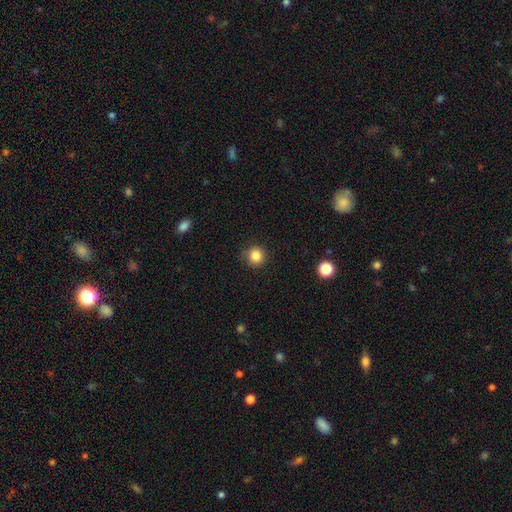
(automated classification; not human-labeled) smooth_or_featured: smooth (p=0.84) [alt: star or artifact p=0.11]
how_rounded: round (p=0.93) [alt: in between p=0.06]
merging: none (p=0.86) [alt: minor disturbance p=0.10]